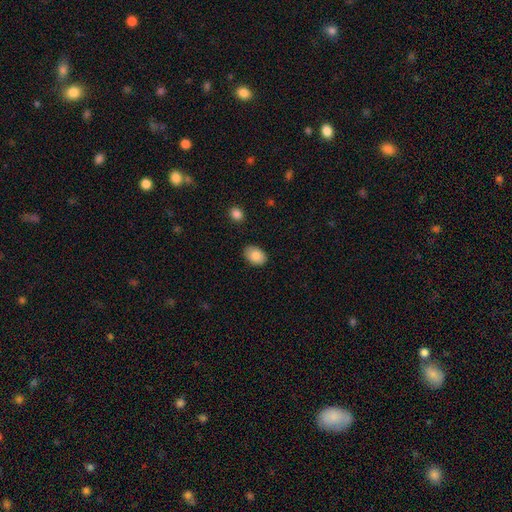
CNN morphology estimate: A smooth galaxy with no disk features (86%) that is in between round and cigar-shaped (83%). Merging: none (85%).